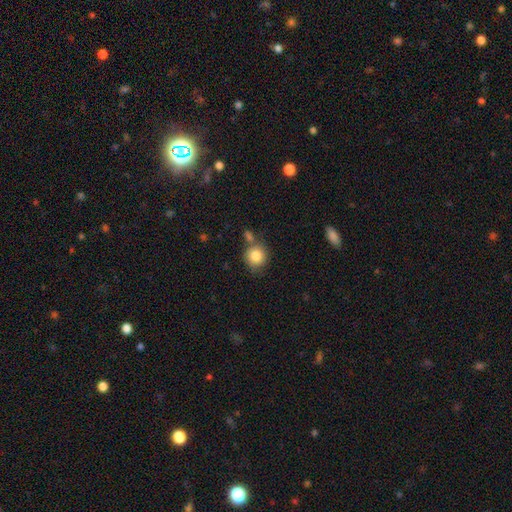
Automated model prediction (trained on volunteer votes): Smooth or featured? Predicted: smooth (p=0.84). How rounded? Predicted: round (p=0.85). Merging? Predicted: none (p=0.65).